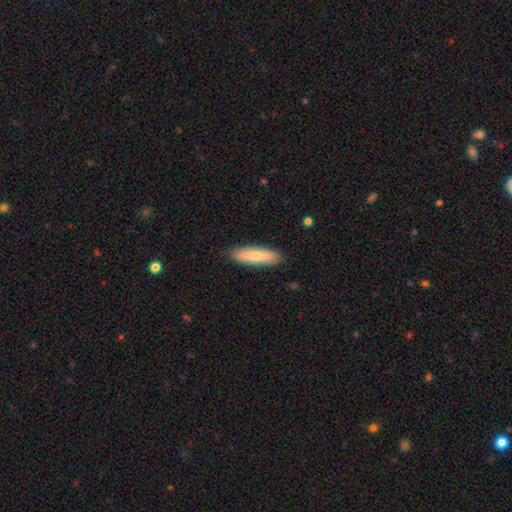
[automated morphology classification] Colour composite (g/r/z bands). It shows a smooth galaxy with no disk features (77%) that is cigar-shaped (72%). Merging: none (88%).